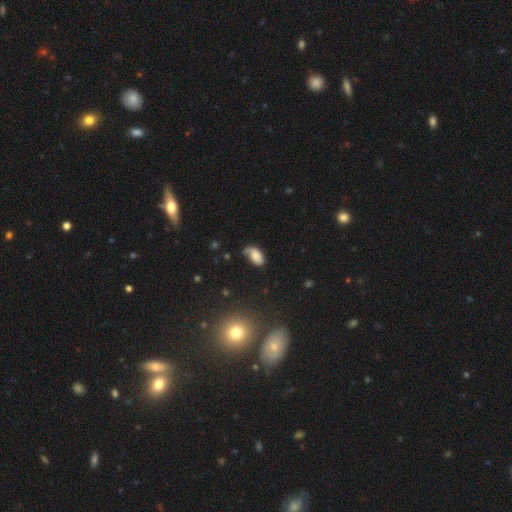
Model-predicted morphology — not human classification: This appears to be a smooth galaxy with no disk features (69%) that is in between round and cigar-shaped (93%). Merging: none (48%).